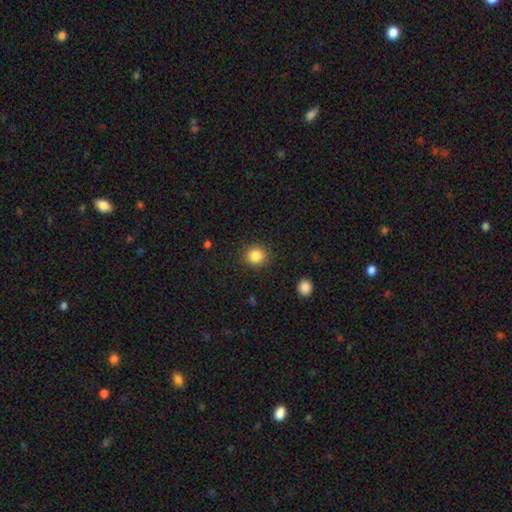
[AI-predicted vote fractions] Overall: smooth (86%). How rounded: round (87%). Merging: none (90%).